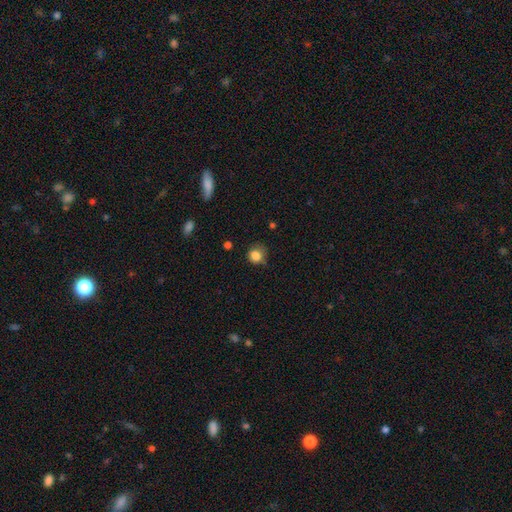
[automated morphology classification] Smooth or featured?
  - smooth: 84% *
  - star or artifact: 11%
  - featured or disk: 5%
How rounded?
  - round: 81% *
  - in between: 18%
  - cigar-shaped: 1%
Merging?
  - none: 60% *
  - minor disturbance: 30%
  - major disturbance: 8%
  - merger: 2%